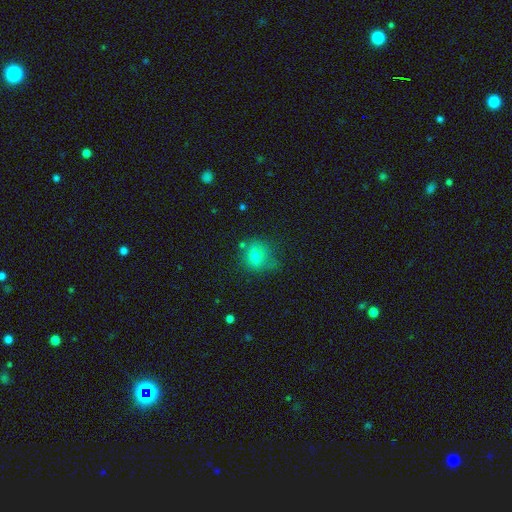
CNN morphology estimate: Smooth or featured: smooth — 73% (featured or disk — 15%)
How rounded: round — 57% (in between — 41%)
Merging: none — 59% (minor disturbance — 25%)